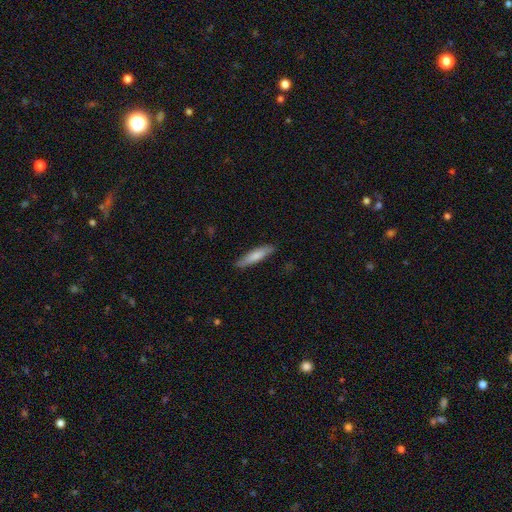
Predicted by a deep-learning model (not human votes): Q: Smooth or featured?
A: smooth (77%); runner-up: featured or disk (18%)
Q: How rounded?
A: cigar-shaped (79%); runner-up: in between (19%)
Q: Merging?
A: none (86%); runner-up: minor disturbance (11%)